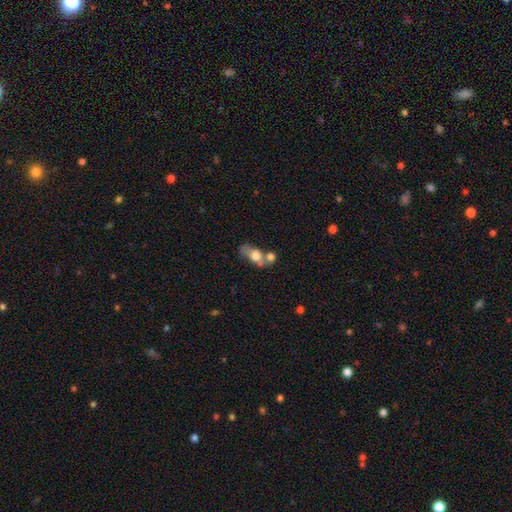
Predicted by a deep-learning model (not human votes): The model was most divided on "merging": merger: 46%, none: 31%, minor disturbance: 13%, major disturbance: 9%. More confident: how rounded — in between (69%); smooth or featured — smooth (61%).